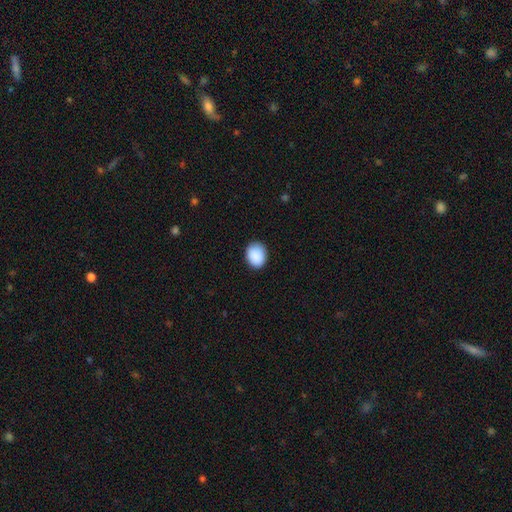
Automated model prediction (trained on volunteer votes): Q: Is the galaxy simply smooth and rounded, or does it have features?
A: smooth — 90%.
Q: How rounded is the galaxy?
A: in between — 58%.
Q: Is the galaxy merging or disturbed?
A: none — 85%.